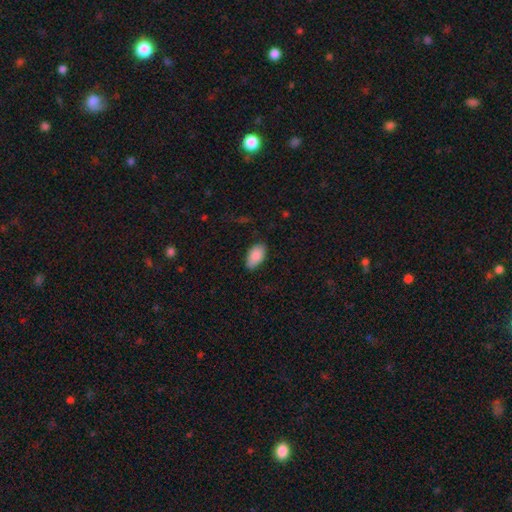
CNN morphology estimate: A smooth galaxy with no disk features (88%) that is in between round and cigar-shaped (95%).

Vote fractions:
- Smooth or featured? smooth: 88% / star or artifact: 6% / featured or disk: 5%
- How rounded? in between: 95% / round: 3% / cigar-shaped: 2%
- Merging? none: 81% / minor disturbance: 15% / major disturbance: 3% / merger: 1%